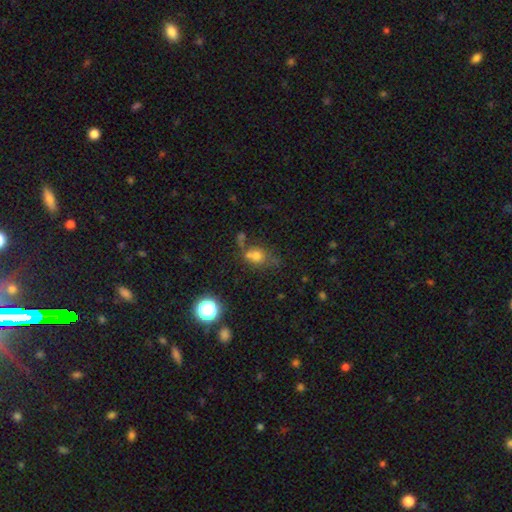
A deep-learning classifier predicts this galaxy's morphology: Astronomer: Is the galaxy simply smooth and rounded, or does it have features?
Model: smooth — 67%.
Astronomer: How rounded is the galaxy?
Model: round — 59% (runner-up: in between, 39%).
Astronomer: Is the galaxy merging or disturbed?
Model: none — 46% (runner-up: merger, 27%).